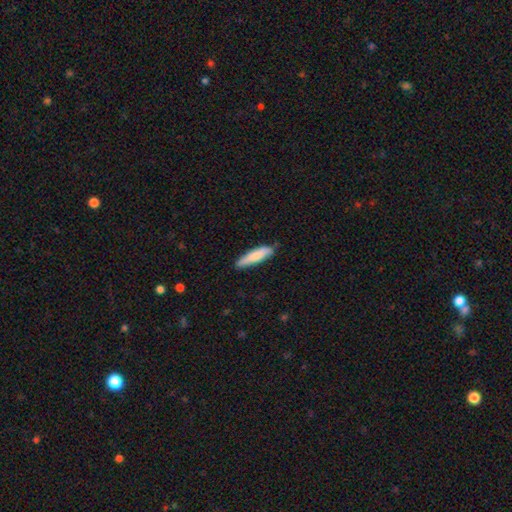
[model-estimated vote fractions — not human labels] The model was most divided on "how rounded": cigar-shaped: 76%, in between: 23%, round: 1%. More confident: smooth or featured — smooth (80%); merging — none (76%).